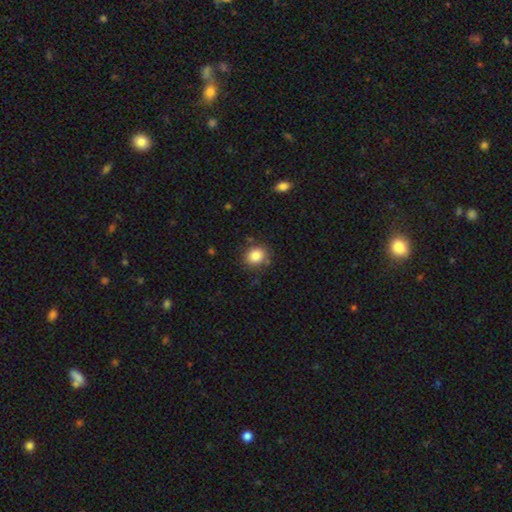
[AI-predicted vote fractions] smooth_or_featured: smooth (p=0.84) [alt: star or artifact p=0.10]
how_rounded: round (p=0.66) [alt: in between p=0.33]
merging: none (p=0.81) [alt: minor disturbance p=0.12]